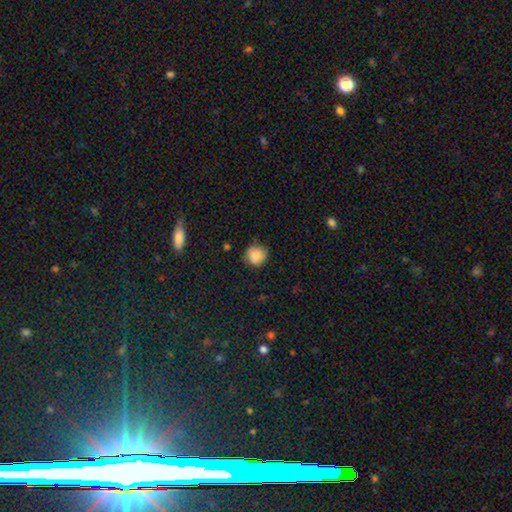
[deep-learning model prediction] This is clearly a smooth galaxy (86%). How rounded: clearly round (90%). Merging: clearly none (81%).